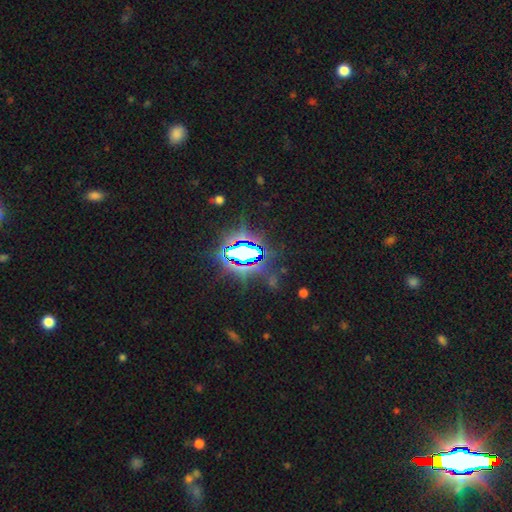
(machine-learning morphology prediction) A star or artifact, not a galaxy (85%).

Vote fractions:
- Smooth or featured? star or artifact: 85% / smooth: 8% / featured or disk: 6%